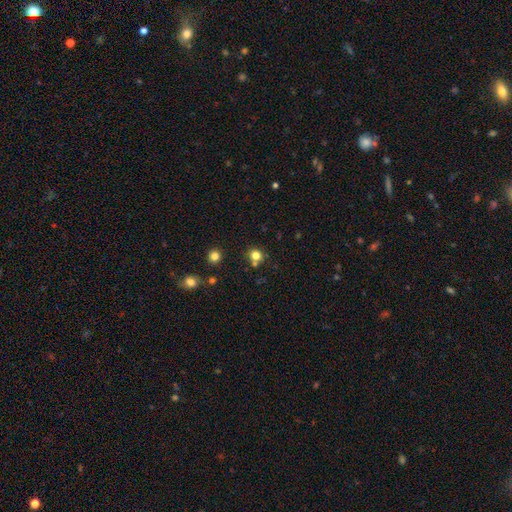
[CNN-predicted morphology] This is likely a smooth galaxy (78%). How rounded: clearly round (88%). Merging: likely none (73%).